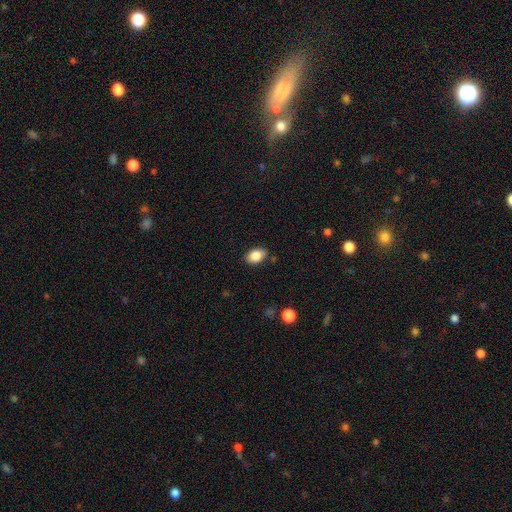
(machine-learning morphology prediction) Smooth or featured? smooth (85%)
How rounded? in between (82%)
Merging? none (82%)